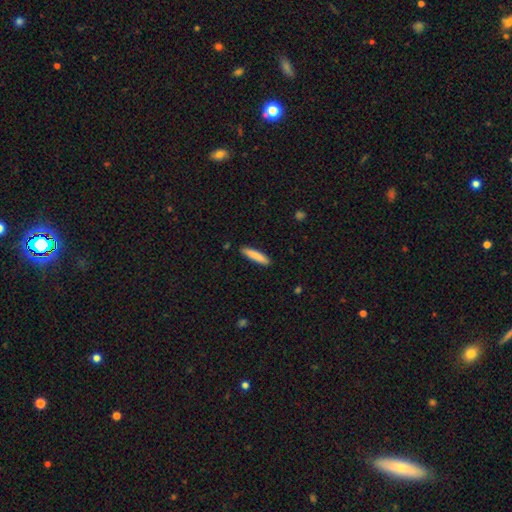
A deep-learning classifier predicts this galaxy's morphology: Smooth or featured? Predicted: smooth (p=0.85). How rounded? Predicted: cigar-shaped (p=0.86). Merging? Predicted: none (p=0.89).